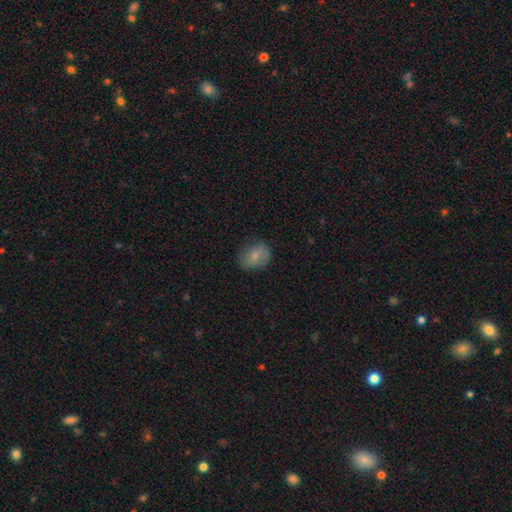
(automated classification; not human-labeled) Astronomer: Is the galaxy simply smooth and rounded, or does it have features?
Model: smooth — 77%.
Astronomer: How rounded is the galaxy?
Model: in between — 62% (runner-up: round, 37%).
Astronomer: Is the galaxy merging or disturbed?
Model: none — 73%.